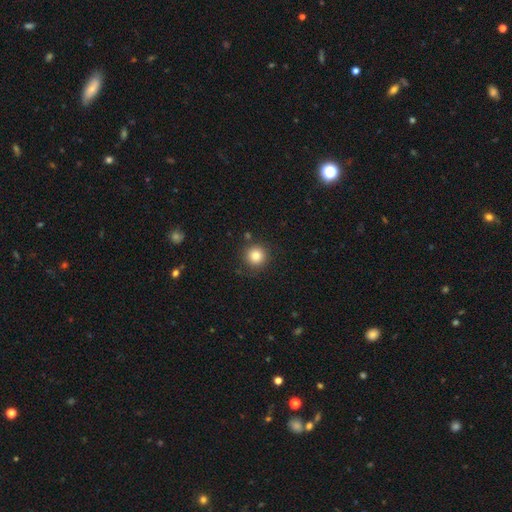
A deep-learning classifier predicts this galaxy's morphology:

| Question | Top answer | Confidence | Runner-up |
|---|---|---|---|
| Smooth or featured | smooth | 83% | star or artifact (11%) |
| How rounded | round | 95% | in between (4%) |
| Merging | none | 87% | minor disturbance (8%) |